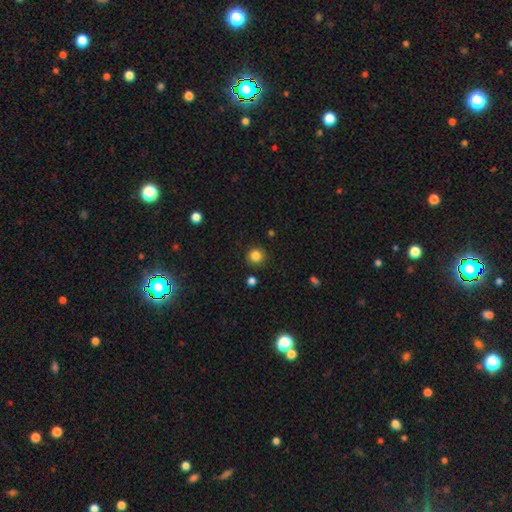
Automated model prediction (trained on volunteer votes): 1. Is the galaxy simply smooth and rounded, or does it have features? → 84% smooth, 11% star or artifact, 5% featured or disk.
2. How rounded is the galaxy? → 93% round, 6% in between, 1% cigar-shaped.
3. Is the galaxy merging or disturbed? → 89% none, 7% minor disturbance, 2% major disturbance, 2% merger.